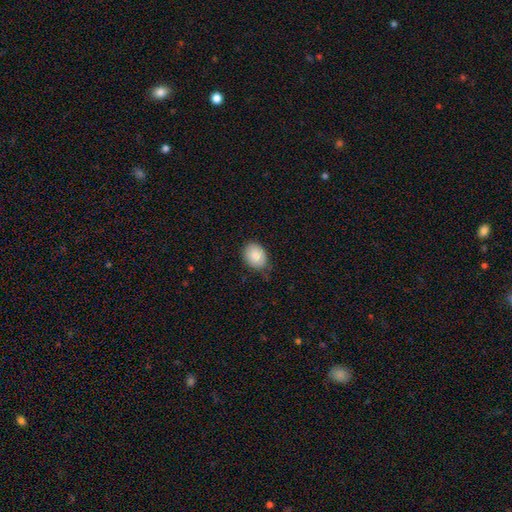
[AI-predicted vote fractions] The model was most divided on "how rounded": in between: 61%, round: 38%, cigar-shaped: 1%. More confident: smooth or featured — smooth (86%); merging — none (75%).